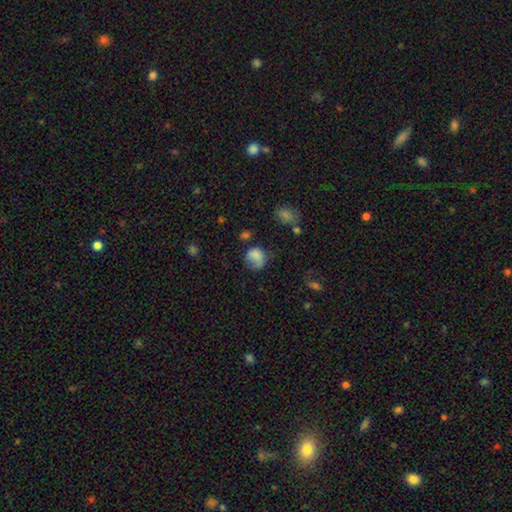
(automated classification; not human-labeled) Q: Smooth or featured?
A: smooth (76%); runner-up: featured or disk (14%)
Q: How rounded?
A: round (67%); runner-up: in between (33%)
Q: Merging?
A: none (40%); runner-up: minor disturbance (30%)